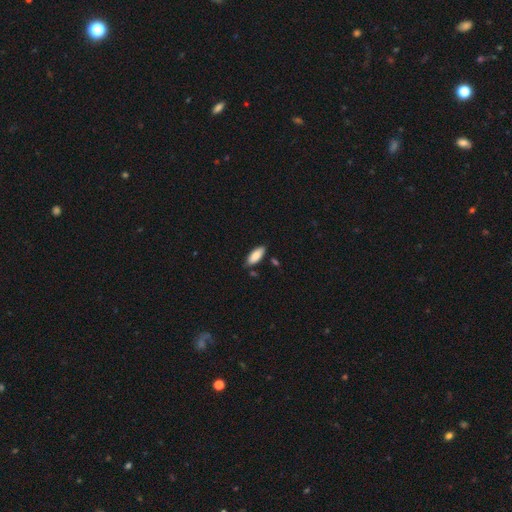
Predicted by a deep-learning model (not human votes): Overall: smooth (85%). How rounded: in between (80%). Merging: none (82%).